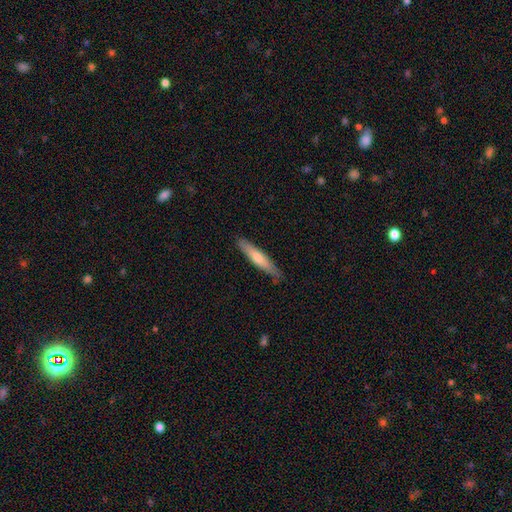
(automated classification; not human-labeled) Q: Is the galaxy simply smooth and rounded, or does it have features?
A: smooth — 57%.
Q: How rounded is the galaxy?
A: cigar-shaped — 90%.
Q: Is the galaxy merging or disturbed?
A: none — 86%.